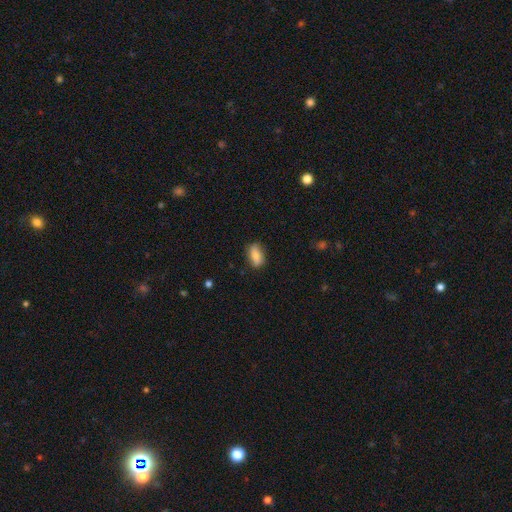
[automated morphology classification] Smooth or featured? smooth (83%)
How rounded? in between (86%)
Merging? none (78%)